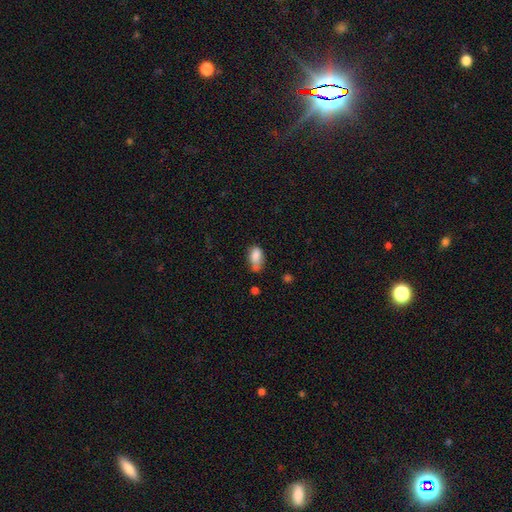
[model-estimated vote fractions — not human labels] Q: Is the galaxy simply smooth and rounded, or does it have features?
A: smooth — 81%.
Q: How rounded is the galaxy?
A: in between — 89%.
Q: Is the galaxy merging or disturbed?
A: minor disturbance — 40%.